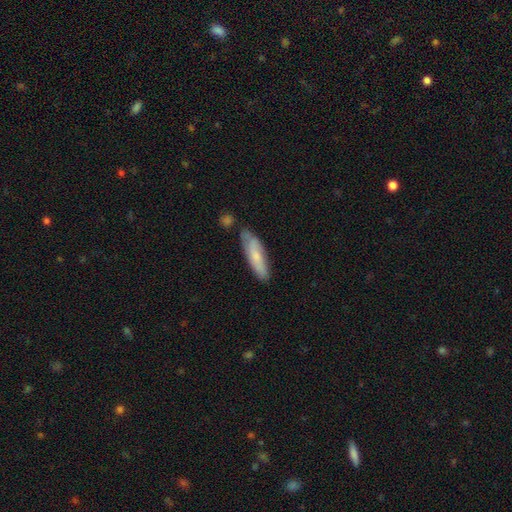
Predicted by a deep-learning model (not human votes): This appears to be a smooth galaxy with no disk features (67%) that is cigar-shaped (64%). Merging: none (66%).